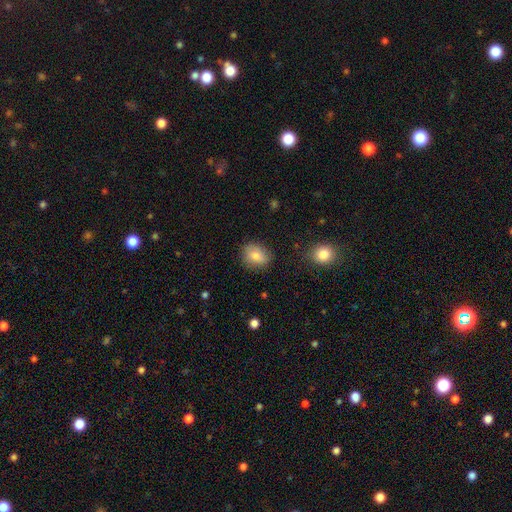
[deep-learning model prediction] smooth 79%, featured or disk 12%, star or artifact 9%. Down the decision tree: how rounded — round (50%); merging — none (82%).